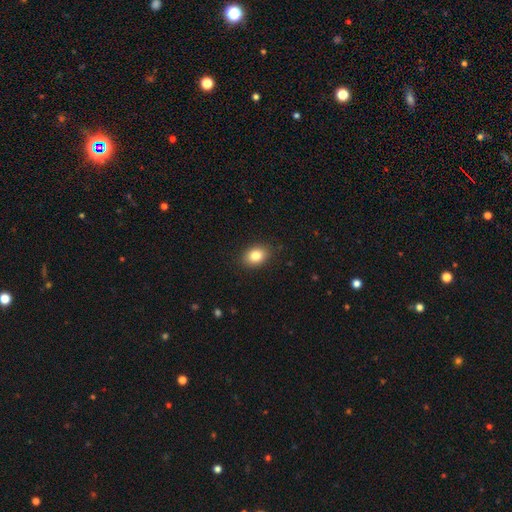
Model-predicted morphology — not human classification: The model was most divided on "how rounded": in between: 72%, round: 27%, cigar-shaped: 1%. More confident: merging — none (88%); smooth or featured — smooth (83%).